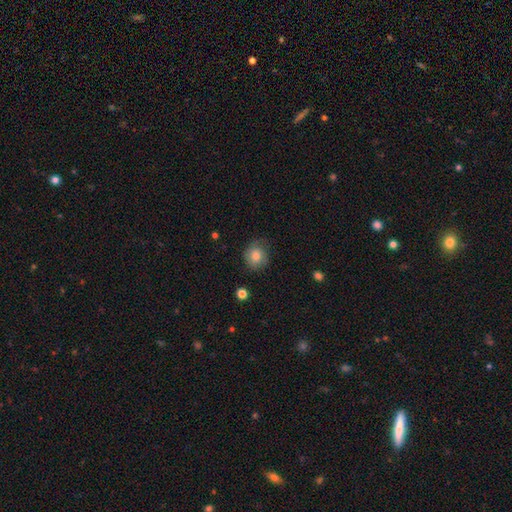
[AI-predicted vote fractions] Overall: smooth (73%). How rounded: round (81%). Merging: none (66%).